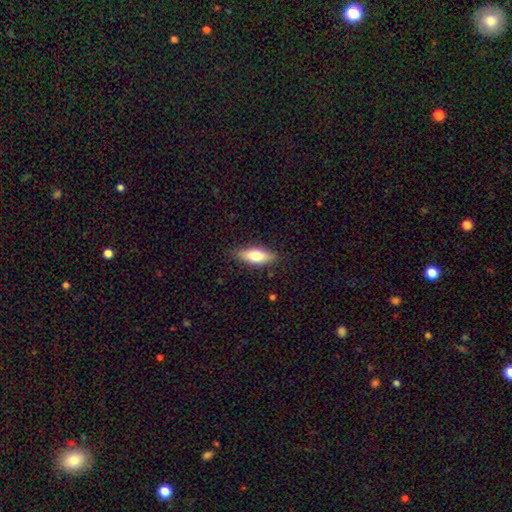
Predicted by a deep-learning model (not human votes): smooth 71%, featured or disk 23%, star or artifact 6%. Down the decision tree: how rounded — in between (68%); merging — none (85%).